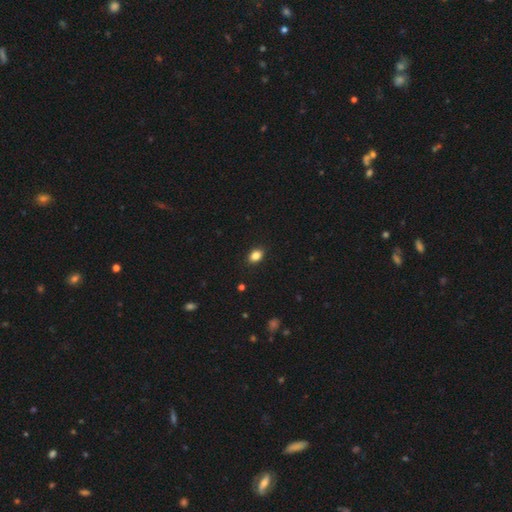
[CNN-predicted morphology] This is clearly a smooth galaxy (86%). How rounded: likely in between (76%). Merging: clearly none (89%).